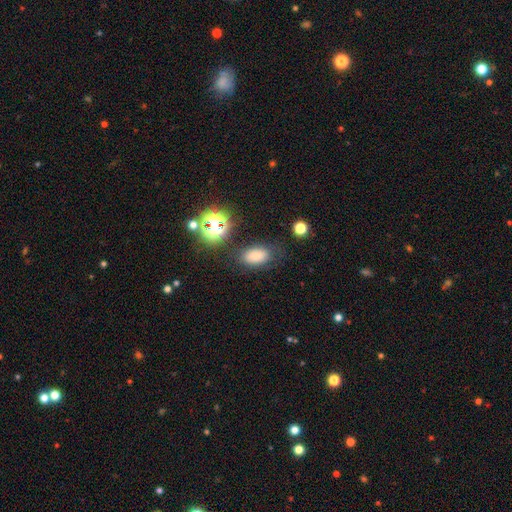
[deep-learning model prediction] smooth_or_featured: smooth (p=0.78) [alt: star or artifact p=0.15]
how_rounded: in between (p=0.89) [alt: round p=0.08]
merging: none (p=0.77) [alt: minor disturbance p=0.14]